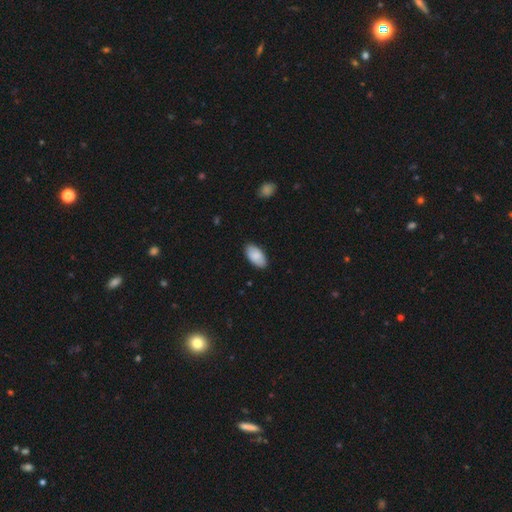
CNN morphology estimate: Smooth or featured: smooth — 87% (featured or disk — 7%)
How rounded: in between — 95% (cigar-shaped — 3%)
Merging: none — 87% (minor disturbance — 10%)